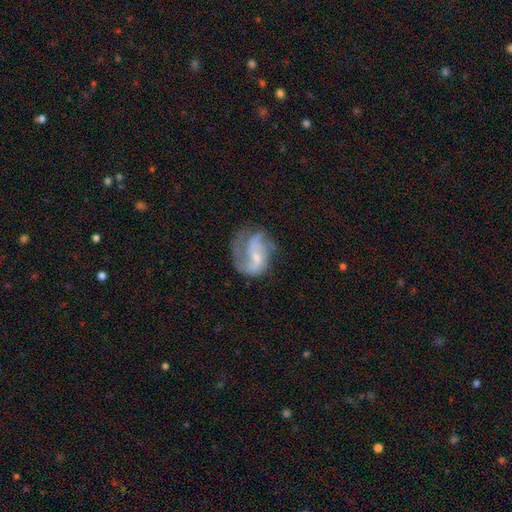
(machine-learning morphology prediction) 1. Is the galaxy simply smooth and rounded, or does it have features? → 78% featured or disk, 15% smooth, 8% star or artifact.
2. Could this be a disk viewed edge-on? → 98% no, 2% yes.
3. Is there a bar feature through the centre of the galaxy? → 45% no, 42% weak, 13% strong.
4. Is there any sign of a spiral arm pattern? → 90% yes, 10% no.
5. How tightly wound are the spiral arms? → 44% medium, 41% loose, 15% tight.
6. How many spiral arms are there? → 55% 2, 14% can't tell, 14% 3, 11% 1, 3% 4, 3% more than 4.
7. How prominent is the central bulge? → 62% small, 27% moderate, 9% none, 2% large, 1% dominant.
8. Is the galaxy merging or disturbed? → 48% none, 26% major disturbance, 23% minor disturbance, 3% merger.